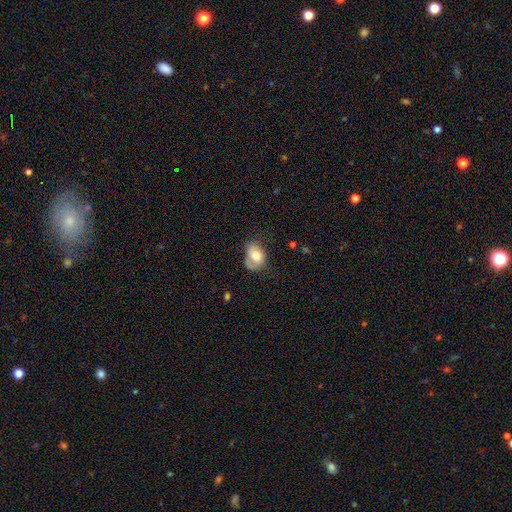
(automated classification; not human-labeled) A smooth galaxy with no disk features (67%) that is in between round and cigar-shaped (69%). Merging: minor disturbance (34%).